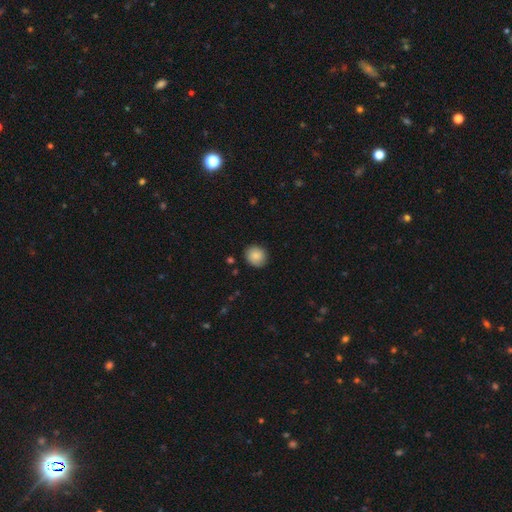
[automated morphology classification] Smooth or featured? Predicted: smooth (p=0.87). How rounded? Predicted: round (p=0.84). Merging? Predicted: none (p=0.88).